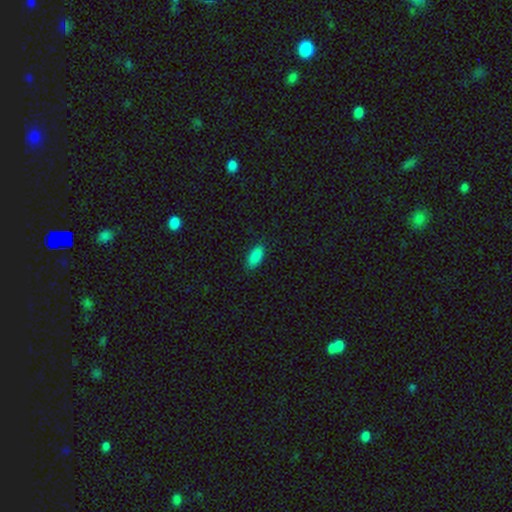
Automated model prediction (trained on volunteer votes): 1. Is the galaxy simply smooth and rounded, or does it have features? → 89% smooth, 8% star or artifact, 3% featured or disk.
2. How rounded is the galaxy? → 84% in between, 14% cigar-shaped, 2% round.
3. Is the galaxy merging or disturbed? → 86% none, 11% minor disturbance, 2% major disturbance, 1% merger.